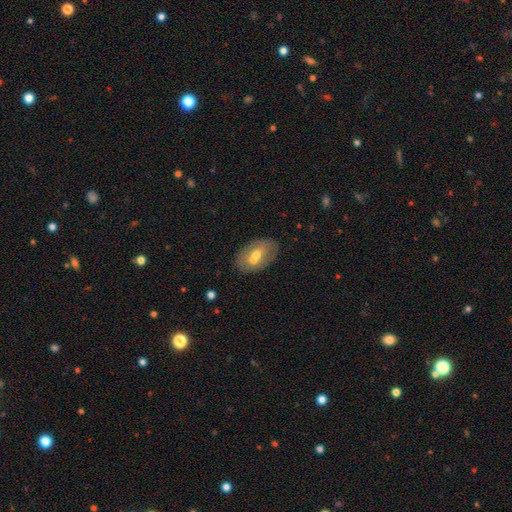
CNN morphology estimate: A smooth galaxy with no disk features (50%) that is in between round and cigar-shaped (88%).

Vote fractions:
- Smooth or featured? smooth: 50% / featured or disk: 42% / star or artifact: 7%
- How rounded? in between: 88% / round: 10% / cigar-shaped: 2%
- Merging? none: 62% / merger: 19% / minor disturbance: 14% / major disturbance: 4%